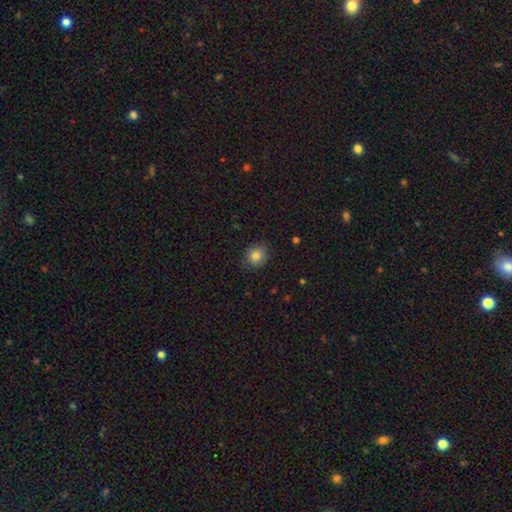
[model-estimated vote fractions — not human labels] This appears to be a smooth galaxy with no disk features (83%) that is round (83%). Merging: none (84%).